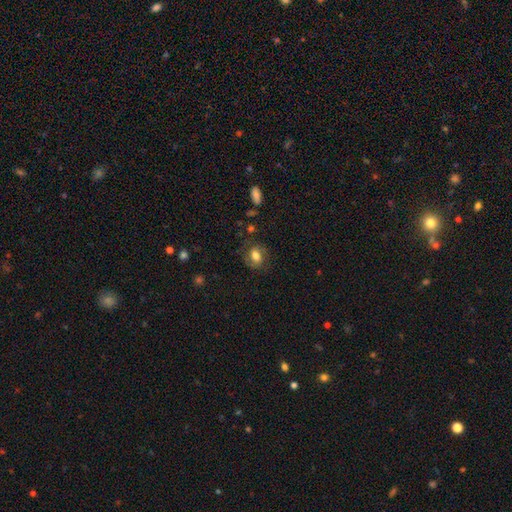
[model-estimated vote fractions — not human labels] Smooth or featured?
  - smooth: 70% *
  - featured or disk: 21%
  - star or artifact: 9%
How rounded?
  - in between: 64% *
  - round: 35%
  - cigar-shaped: 2%
Merging?
  - none: 73% *
  - minor disturbance: 17%
  - major disturbance: 8%
  - merger: 2%